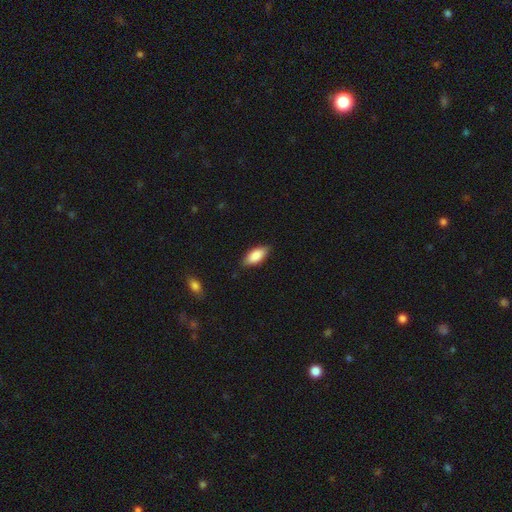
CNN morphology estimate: A smooth galaxy with no disk features (84%) that is in between round and cigar-shaped (85%). Merging: none (83%).